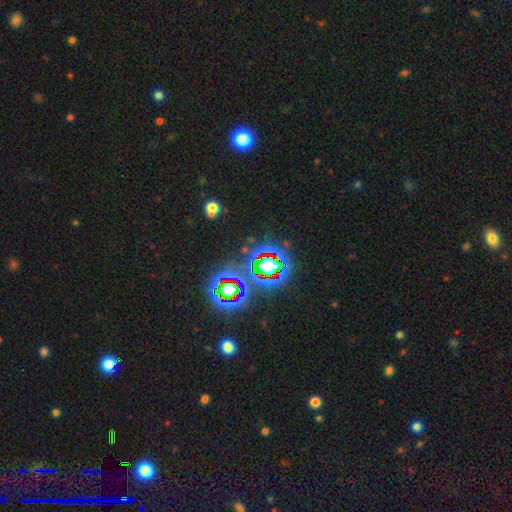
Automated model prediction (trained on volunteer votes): Smooth or featured? star or artifact (65%)